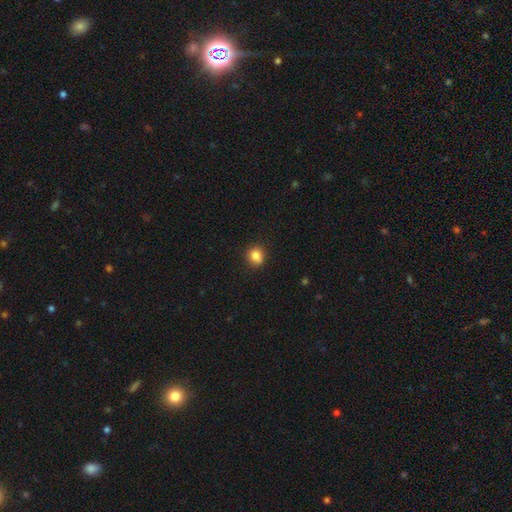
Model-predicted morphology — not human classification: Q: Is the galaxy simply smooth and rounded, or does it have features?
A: smooth — 82%.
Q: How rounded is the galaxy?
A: round — 81%.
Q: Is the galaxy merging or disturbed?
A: none — 82%.